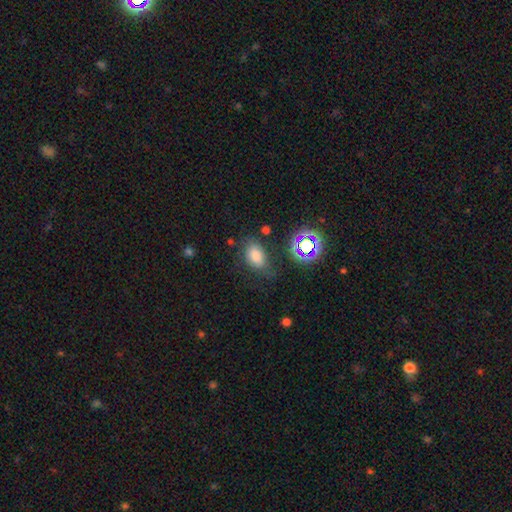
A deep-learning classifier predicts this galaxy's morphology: The model was most divided on "merging": none: 64%, minor disturbance: 21%, major disturbance: 10%, merger: 5%. More confident: how rounded — in between (85%); smooth or featured — smooth (73%).